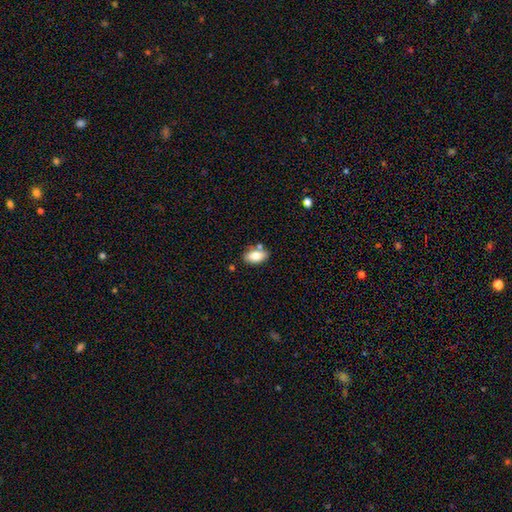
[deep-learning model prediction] Smooth or featured: smooth — 80% (featured or disk — 13%)
How rounded: in between — 91% (round — 5%)
Merging: none — 74% (minor disturbance — 14%)